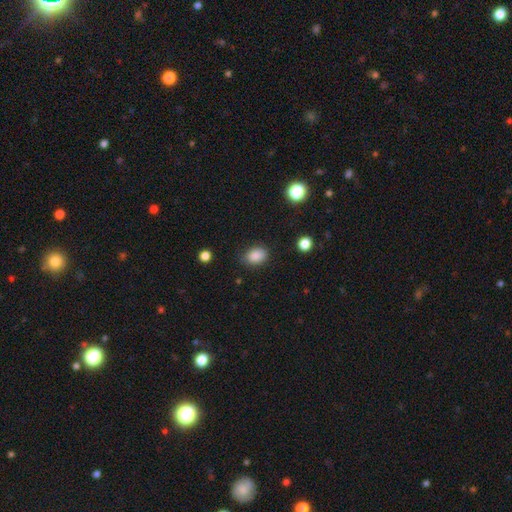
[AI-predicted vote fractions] This is clearly a smooth galaxy (87%). How rounded: likely in between (72%). Merging: likely none (79%).